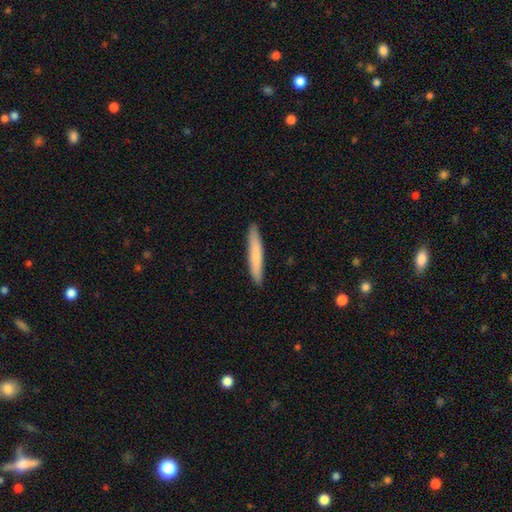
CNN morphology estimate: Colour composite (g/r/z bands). It shows a smooth galaxy with no disk features (75%) that is cigar-shaped (95%). Merging: none (91%).